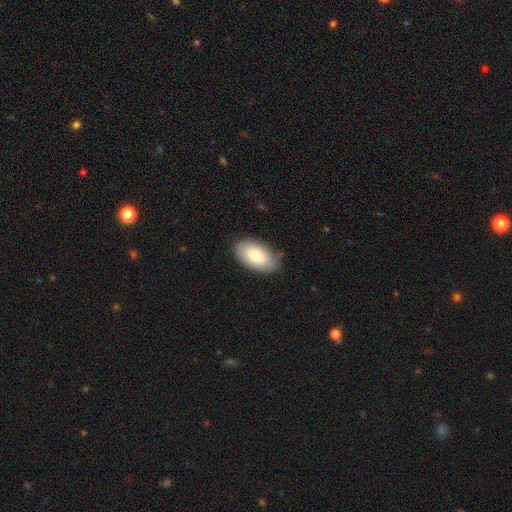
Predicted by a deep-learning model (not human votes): This appears to be a smooth galaxy with no disk features (77%) that is in between round and cigar-shaped (94%). Merging: none (76%).